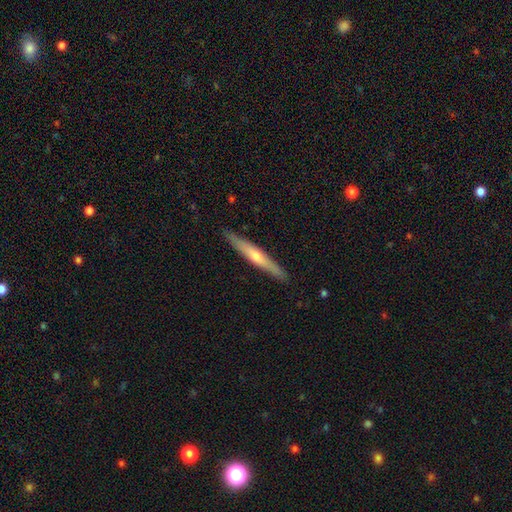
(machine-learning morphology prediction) smooth_or_featured: featured or disk (p=0.54) [alt: smooth p=0.41]
disk_edge_on: yes (p=0.95) [alt: no p=0.05]
edge_on_bulge: rounded (p=0.69) [alt: none p=0.26]
merging: none (p=0.90) [alt: minor disturbance p=0.08]